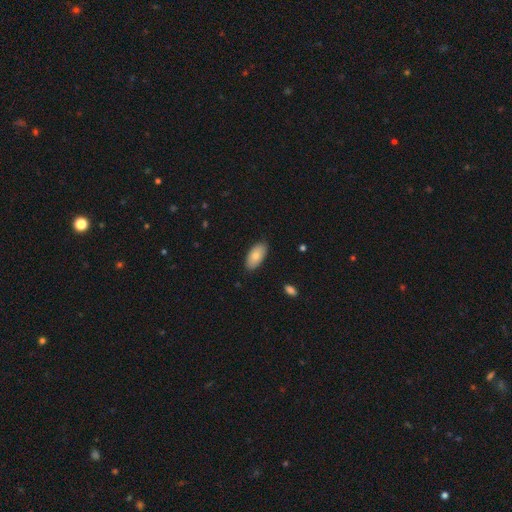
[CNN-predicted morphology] Smooth or featured?
  - smooth: 80% *
  - featured or disk: 14%
  - star or artifact: 6%
How rounded?
  - in between: 94% *
  - cigar-shaped: 4%
  - round: 2%
Merging?
  - none: 86% *
  - minor disturbance: 11%
  - major disturbance: 2%
  - merger: 1%